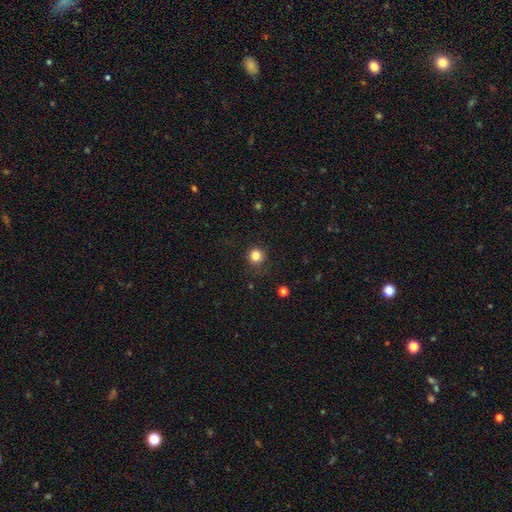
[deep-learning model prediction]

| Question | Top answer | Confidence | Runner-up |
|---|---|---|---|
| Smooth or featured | smooth | 83% | star or artifact (12%) |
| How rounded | round | 94% | in between (5%) |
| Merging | none | 87% | minor disturbance (9%) |